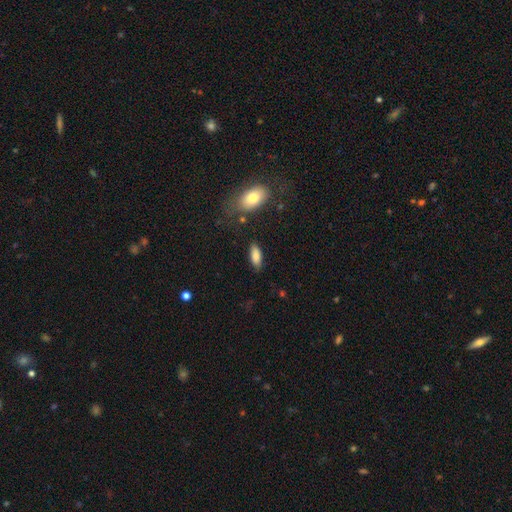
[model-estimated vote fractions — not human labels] Smooth or featured: smooth — 84% (featured or disk — 9%)
How rounded: in between — 77% (cigar-shaped — 20%)
Merging: none — 81% (minor disturbance — 13%)